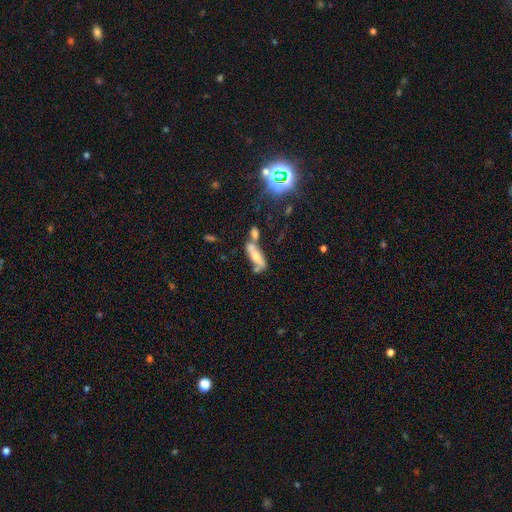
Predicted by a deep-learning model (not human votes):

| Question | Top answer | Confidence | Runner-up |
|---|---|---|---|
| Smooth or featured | smooth | 49% | featured or disk (40%) |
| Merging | merger | 38% | tied: none (38%) |